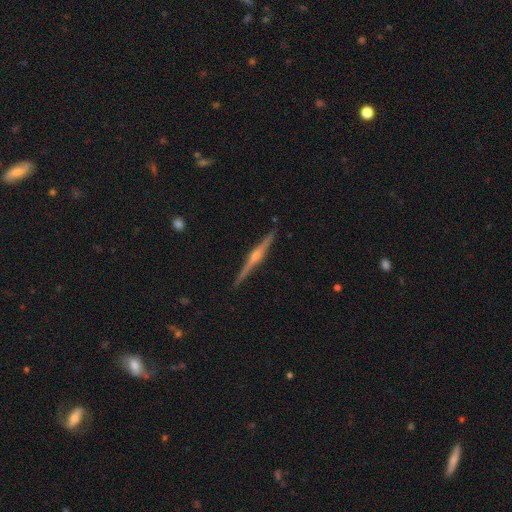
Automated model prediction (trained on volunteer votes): Q: Smooth or featured?
A: featured or disk (86%); runner-up: smooth (9%)
Q: Edge-on disk?
A: yes (99%); runner-up: no (1%)
Q: Edge-on bulge?
A: rounded (90%); runner-up: none (5%)
Q: Merging?
A: none (92%); runner-up: minor disturbance (6%)